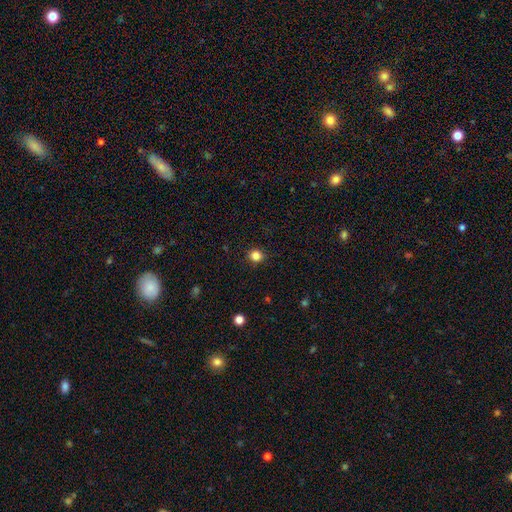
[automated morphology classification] smooth 84%, star or artifact 12%, featured or disk 4%. Down the decision tree: how rounded — round (88%); merging — none (89%).